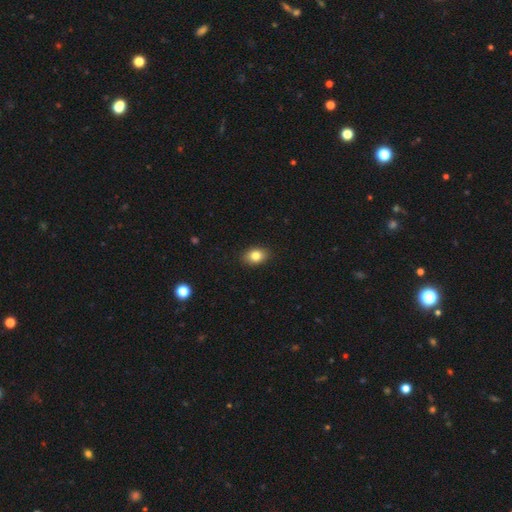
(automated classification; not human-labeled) Overall: smooth (83%). How rounded: in between (74%). Merging: none (89%).